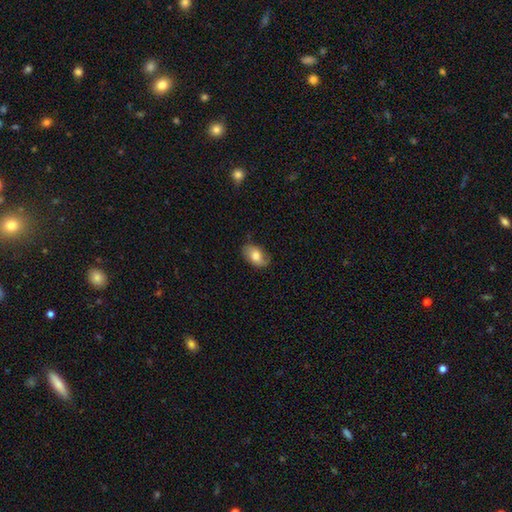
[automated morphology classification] Smooth or featured? smooth (68%)
How rounded? in between (89%)
Merging? none (76%)